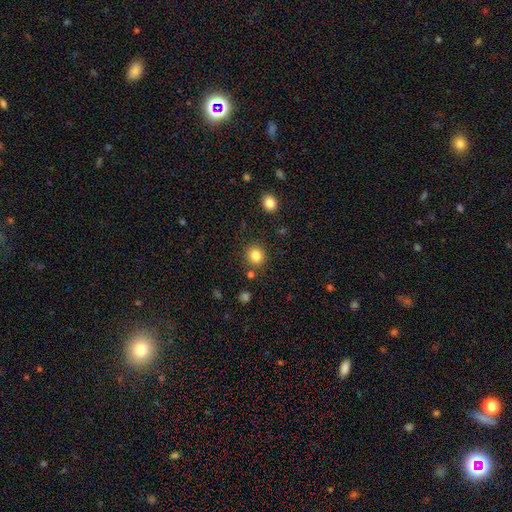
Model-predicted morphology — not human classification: type=smooth (84%); roundness=round (91%); merging=none (86%).